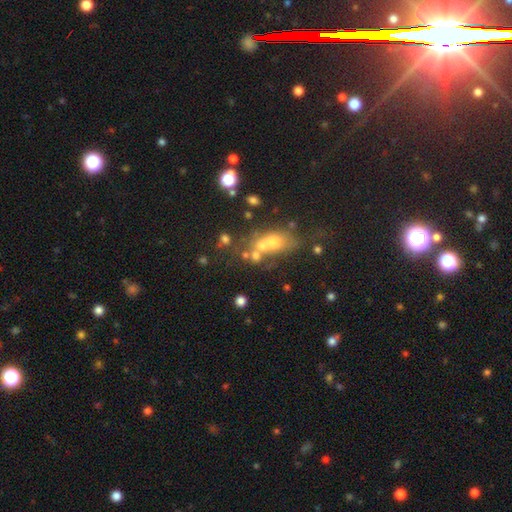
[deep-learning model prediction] Q: Smooth or featured?
A: smooth (56%); runner-up: featured or disk (25%)
Q: How rounded?
A: in between (54%); runner-up: round (40%)
Q: Merging?
A: merger (45%); runner-up: none (33%)